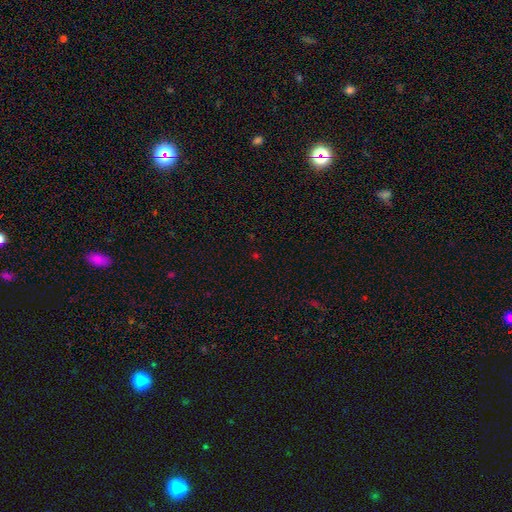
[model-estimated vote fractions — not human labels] Smooth or featured: star or artifact — 62% (smooth — 31%)